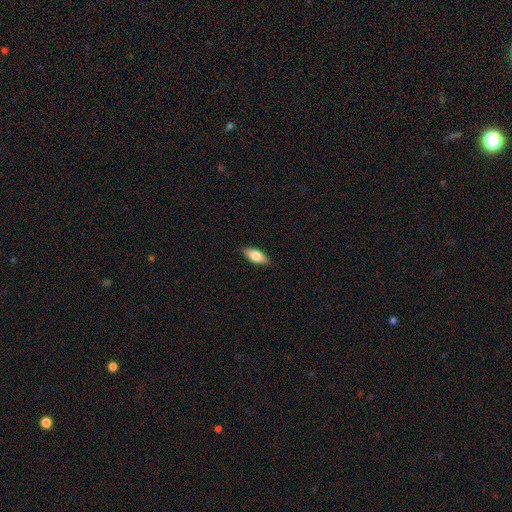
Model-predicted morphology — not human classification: The model was most divided on "smooth or featured": smooth: 72%, featured or disk: 22%, star or artifact: 6%. More confident: merging — none (88%); how rounded — in between (79%).